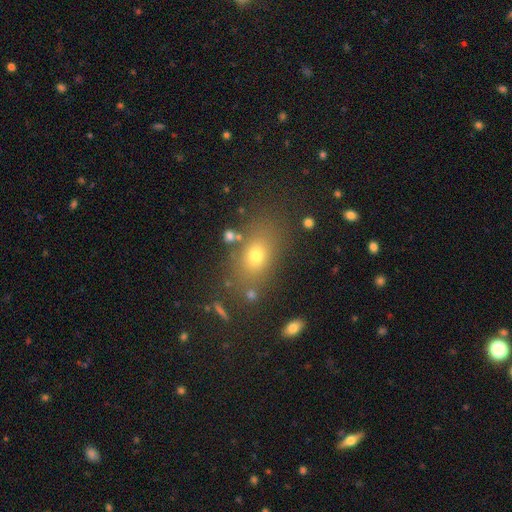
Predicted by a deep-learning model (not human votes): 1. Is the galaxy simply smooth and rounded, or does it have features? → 67% smooth, 18% star or artifact, 15% featured or disk.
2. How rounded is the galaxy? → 71% in between, 26% round, 3% cigar-shaped.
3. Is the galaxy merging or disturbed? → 77% none, 12% minor disturbance, 6% merger, 6% major disturbance.